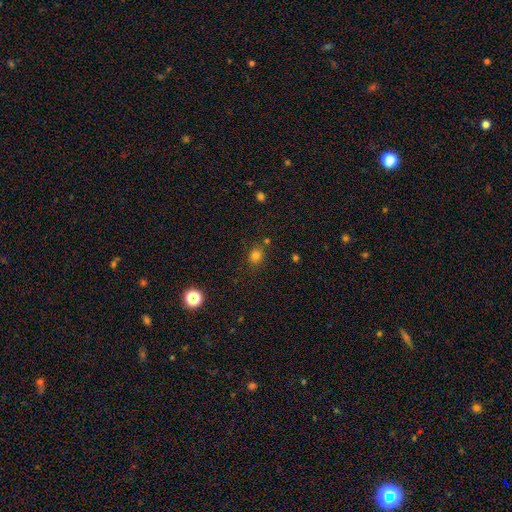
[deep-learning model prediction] Q: Smooth or featured?
A: smooth (78%); runner-up: star or artifact (16%)
Q: How rounded?
A: round (75%); runner-up: in between (24%)
Q: Merging?
A: none (78%); runner-up: minor disturbance (12%)